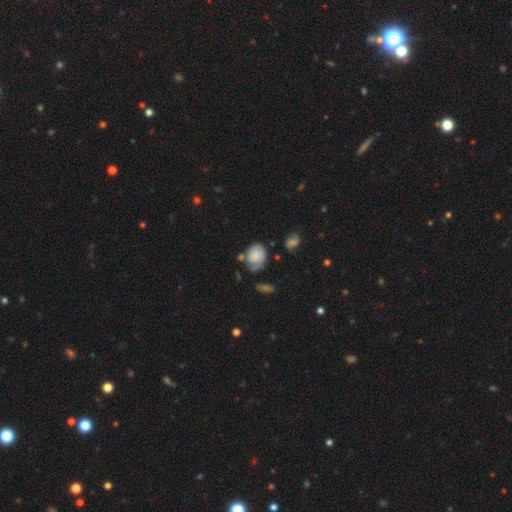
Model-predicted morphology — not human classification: This is possibly a smooth galaxy (59%). How rounded: possibly in between (59%). Merging: possibly none (45%).